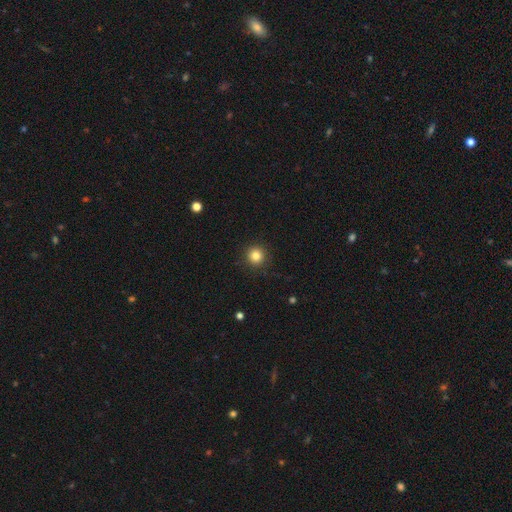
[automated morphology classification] Overall: smooth (83%). How rounded: round (95%). Merging: none (92%).